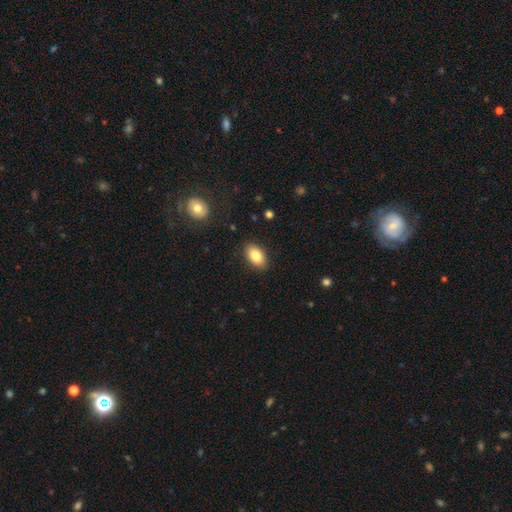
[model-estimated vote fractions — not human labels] This appears to be a smooth galaxy with no disk features (84%) that is in between round and cigar-shaped (91%). Merging: none (88%).